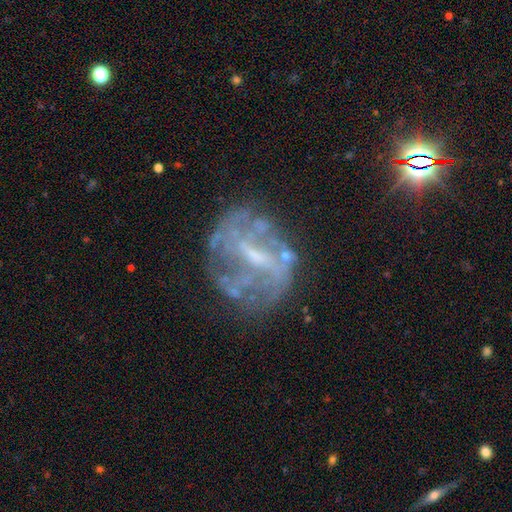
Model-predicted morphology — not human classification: A featured or disk galaxy (76%) with a weak bar (47%), no spiral arms (50%, tied with yes) and a small central bulge (42%).

Vote fractions:
- Smooth or featured? featured or disk: 76% / smooth: 13% / star or artifact: 11%
- Edge-on disk? no: 97% / yes: 3%
- Bar? weak: 47% / no: 28% / strong: 25%
- Spiral arms? no: 50% (tied) / yes: 50% (tied)
- Bulge size? small: 42% / moderate: 28% / none: 27% / large: 2% / dominant: 1%
- Merging? none: 58% / minor disturbance: 19% / major disturbance: 19% / merger: 5%